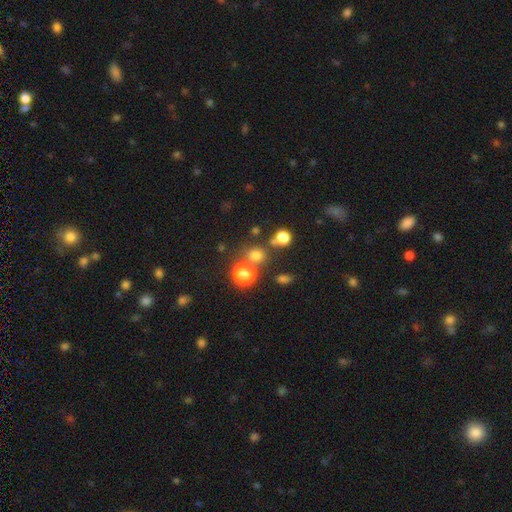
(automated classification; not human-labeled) The model was most divided on "smooth or featured": smooth: 68%, star or artifact: 24%, featured or disk: 7%. More confident: how rounded — round (81%); merging — none (70%).